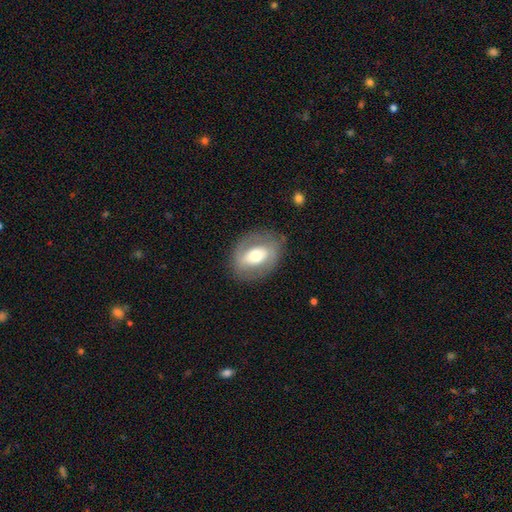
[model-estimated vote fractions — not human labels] Morphology: type=featured or disk (49%); merging=none (77%).